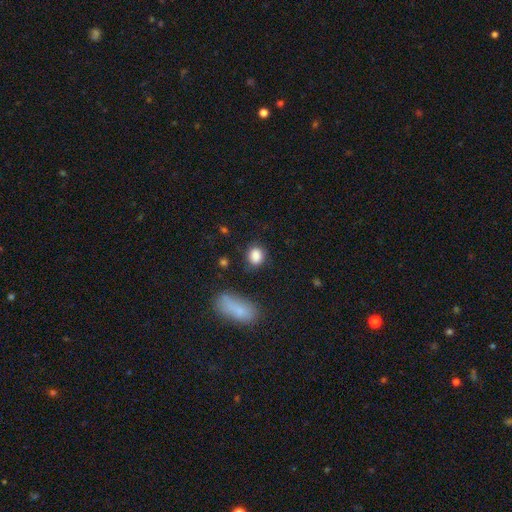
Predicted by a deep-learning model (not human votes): Smooth or featured: smooth — 86% (star or artifact — 9%)
How rounded: round — 57% (in between — 41%)
Merging: none — 74% (minor disturbance — 17%)